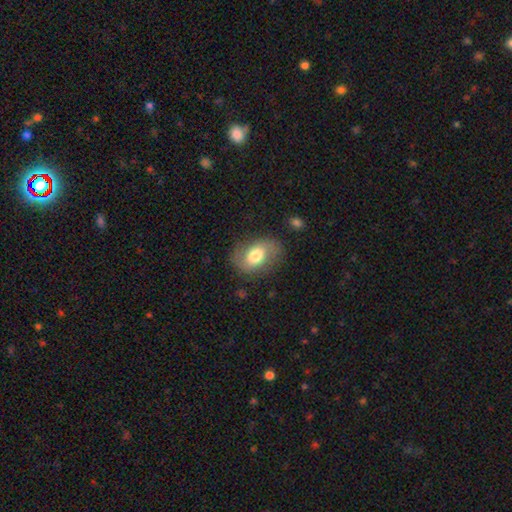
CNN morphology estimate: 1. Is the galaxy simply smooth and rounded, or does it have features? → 55% smooth, 38% featured or disk, 7% star or artifact.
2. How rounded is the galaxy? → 79% in between, 19% round, 2% cigar-shaped.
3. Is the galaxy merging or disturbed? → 72% none, 18% minor disturbance, 8% major disturbance, 2% merger.